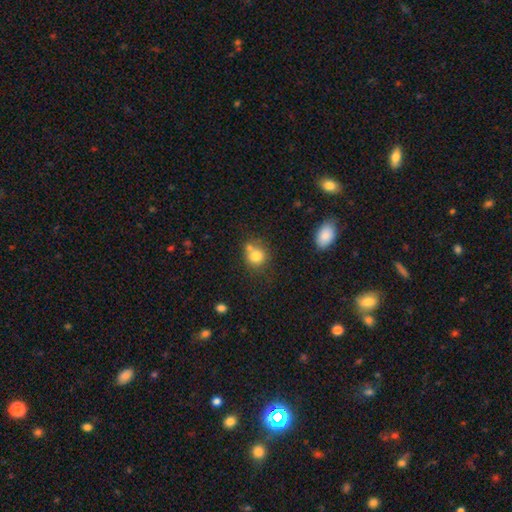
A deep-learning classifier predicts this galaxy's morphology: Smooth or featured?
  - smooth: 79% *
  - star or artifact: 11%
  - featured or disk: 11%
How rounded?
  - round: 83% *
  - in between: 16%
  - cigar-shaped: 1%
Merging?
  - none: 54% *
  - merger: 30%
  - minor disturbance: 13%
  - major disturbance: 4%